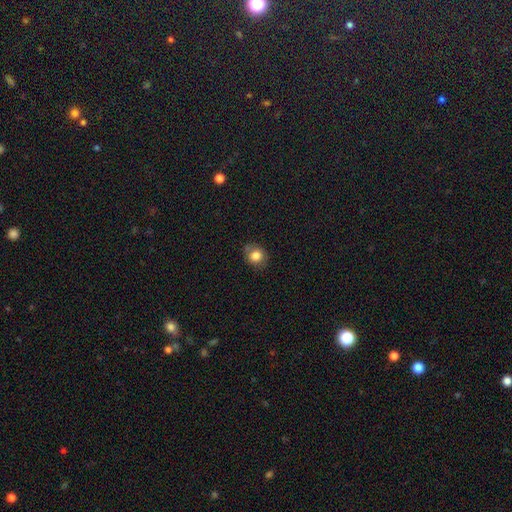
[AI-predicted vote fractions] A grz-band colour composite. It shows a smooth galaxy with no disk features (82%) that is round (76%). Merging: none (72%).